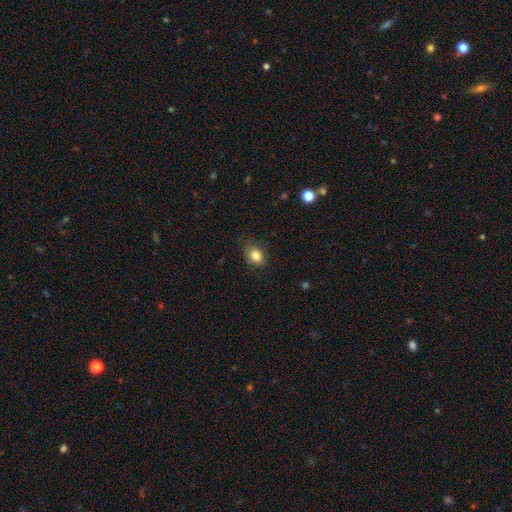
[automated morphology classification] smooth 84%, star or artifact 10%, featured or disk 6%. Down the decision tree: how rounded — in between (61%); merging — none (79%).